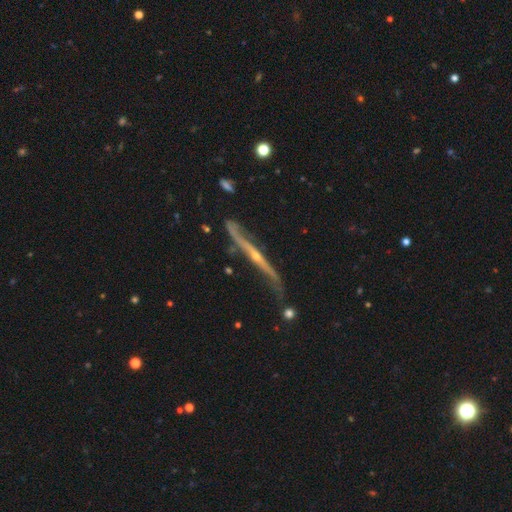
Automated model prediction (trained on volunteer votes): featured or disk 83%, smooth 10%, star or artifact 7%. Down the decision tree: edge-on disk — yes (90%); edge-on bulge — rounded (70%); merging — none (62%).